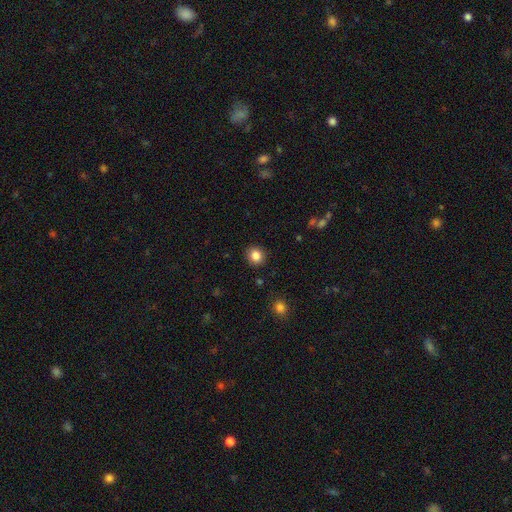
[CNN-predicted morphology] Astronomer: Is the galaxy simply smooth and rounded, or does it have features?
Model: smooth — 85%.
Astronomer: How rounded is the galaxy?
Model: round — 86%.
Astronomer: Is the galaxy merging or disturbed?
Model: none — 91%.